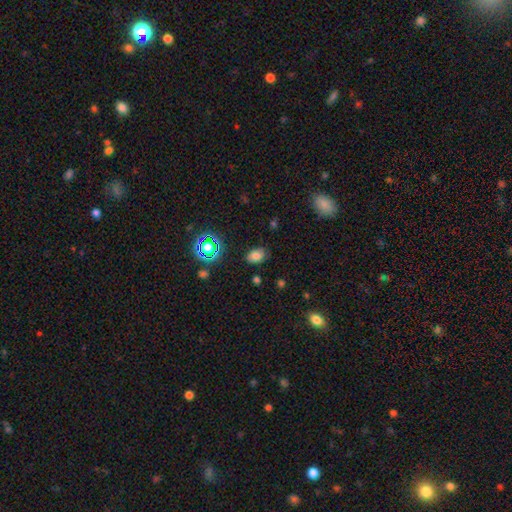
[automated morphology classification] smooth_or_featured: smooth (p=0.74) [alt: star or artifact p=0.17]
how_rounded: in between (p=0.77) [alt: round p=0.22]
merging: none (p=0.80) [alt: minor disturbance p=0.14]